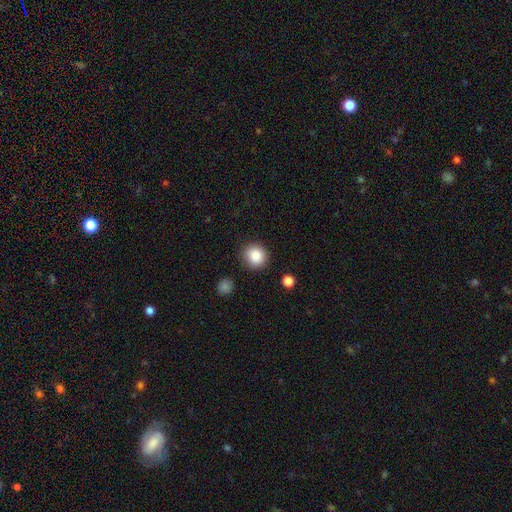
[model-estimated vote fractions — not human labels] Overall: smooth (86%). How rounded: round (90%). Merging: none (87%).